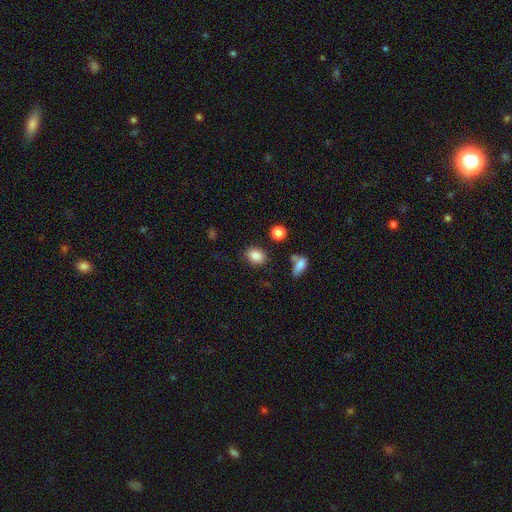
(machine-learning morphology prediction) This appears to be a smooth galaxy with no disk features (86%) that is in between round and cigar-shaped (69%). Merging: none (82%).